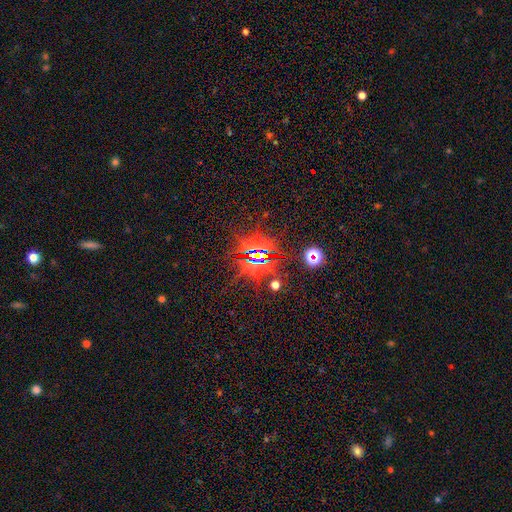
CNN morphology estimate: This is likely a star or artifact rather than a galaxy (79%).